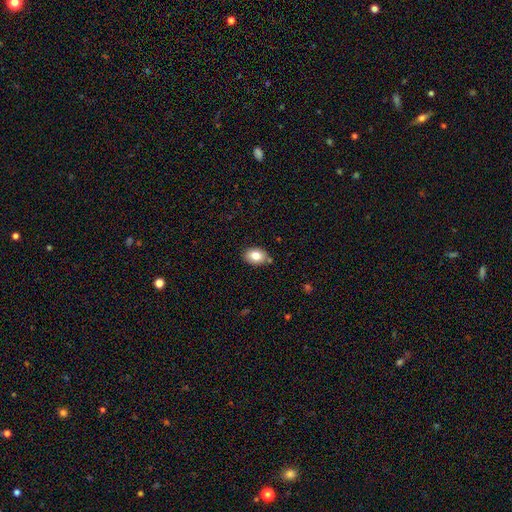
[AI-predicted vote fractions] The model was most divided on "how rounded": in between: 78%, round: 21%, cigar-shaped: 1%. More confident: smooth or featured — smooth (80%); merging — none (79%).